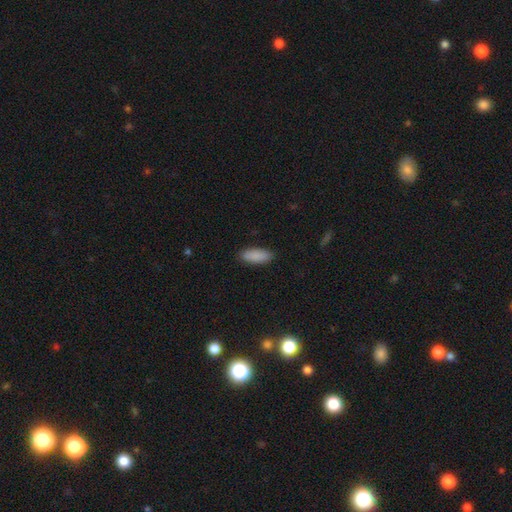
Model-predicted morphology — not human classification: smooth-or-featured: smooth: 90% | star or artifact: 6% | featured or disk: 4%
  how-rounded: in between: 80% | cigar-shaped: 18% | round: 2%
  merging: none: 89% | minor disturbance: 8% | major disturbance: 2% | merger: 1%